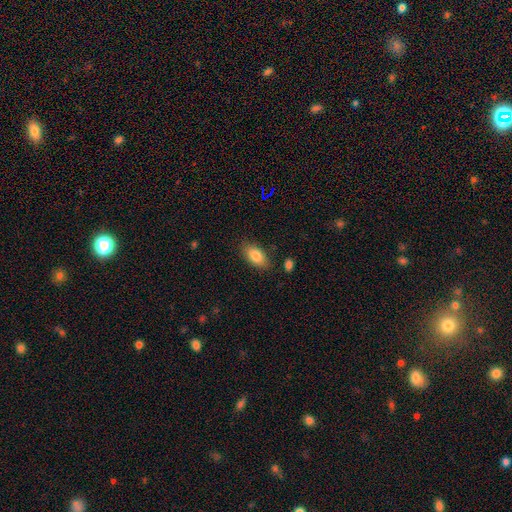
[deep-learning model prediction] Smooth or featured? smooth (85%)
How rounded? in between (91%)
Merging? none (84%)